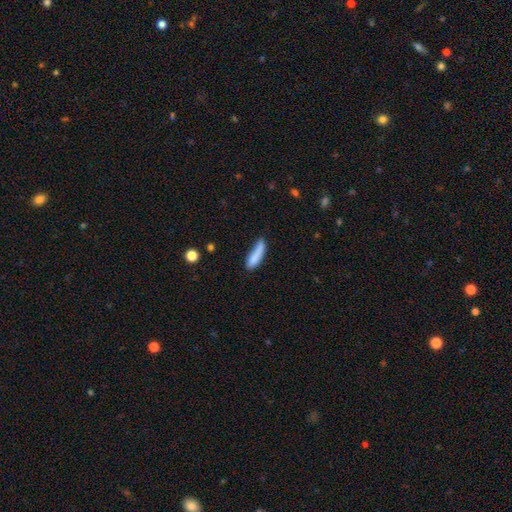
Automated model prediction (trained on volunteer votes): Smooth or featured: smooth — 80% (featured or disk — 13%)
How rounded: cigar-shaped — 67% (in between — 31%)
Merging: none — 48% (minor disturbance — 30%)